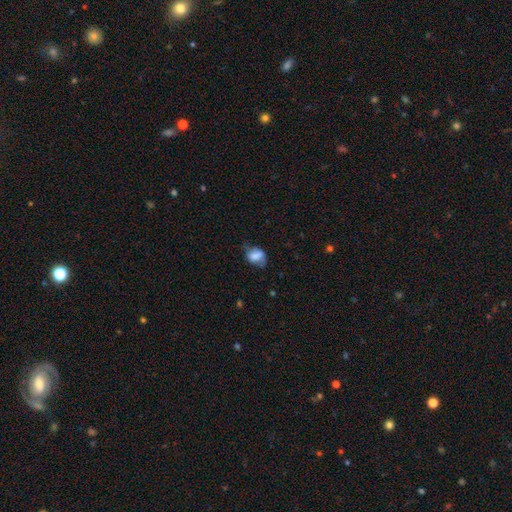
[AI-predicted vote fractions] A smooth galaxy with no disk features (68%) that is in between round and cigar-shaped (66%). Merging: none (47%).